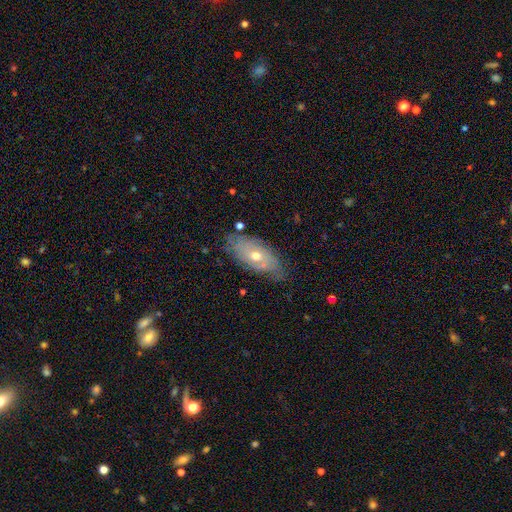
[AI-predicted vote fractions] This appears to be a featured or disk galaxy (59%). Merging: none (72%).